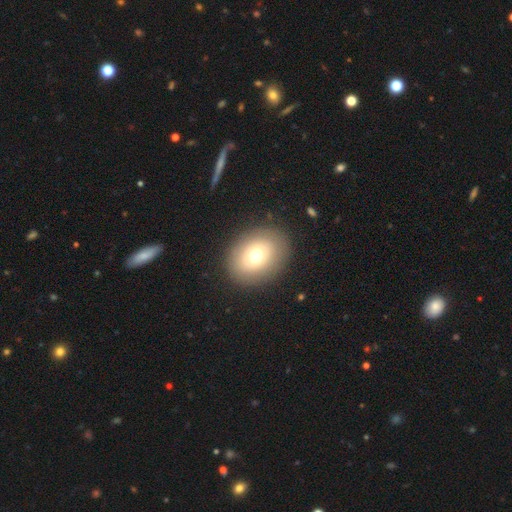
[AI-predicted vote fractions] smooth_or_featured: smooth (p=0.70) [alt: featured or disk p=0.20]
how_rounded: in between (p=0.56) [alt: round p=0.43]
merging: none (p=0.87) [alt: minor disturbance p=0.09]